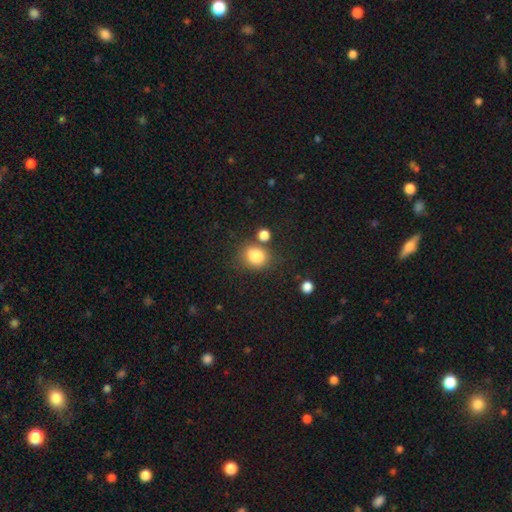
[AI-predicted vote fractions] Overall: smooth (84%). How rounded: round (66%; in between 33%). Merging: none (67%).